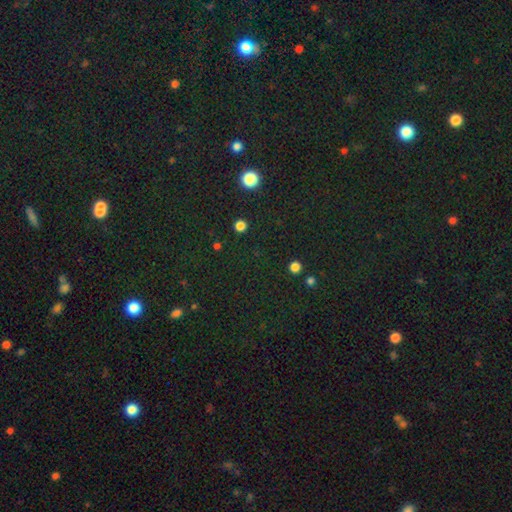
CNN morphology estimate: A star or artifact, not a galaxy (74%).